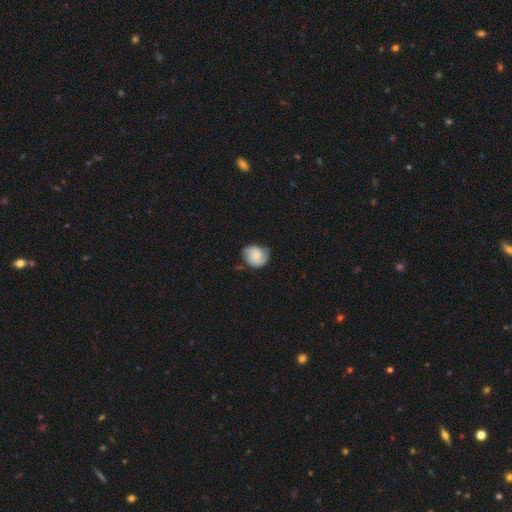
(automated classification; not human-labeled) Smooth or featured: smooth — 52% (featured or disk — 40%)
How rounded: round — 72% (in between — 27%)
Merging: none — 67% (minor disturbance — 24%)